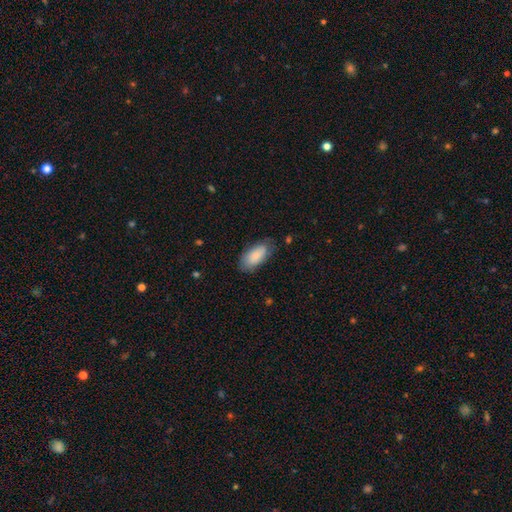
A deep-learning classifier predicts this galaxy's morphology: This appears to be a smooth galaxy with no disk features (82%) that is in between round and cigar-shaped (92%). Merging: none (73%).